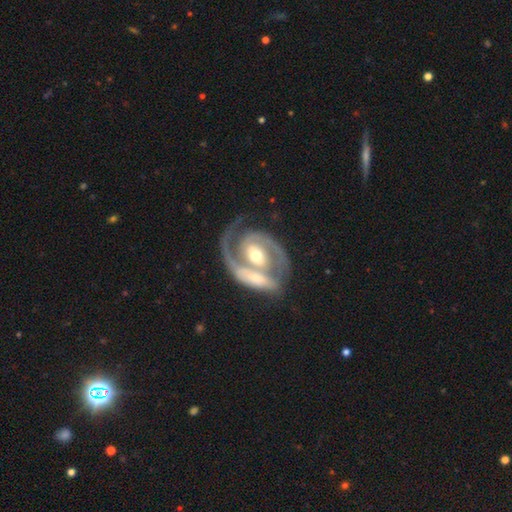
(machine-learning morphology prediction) Q: Smooth or featured?
A: featured or disk (87%); runner-up: smooth (9%)
Q: Edge-on disk?
A: no (96%); runner-up: yes (4%)
Q: Bar?
A: no (39%); runner-up: weak (35%)
Q: Spiral arms?
A: yes (94%); runner-up: no (6%)
Q: Spiral winding?
A: tight (54%); runner-up: medium (36%)
Q: Spiral arm count?
A: 2 (58%); runner-up: 1 (31%)
Q: Bulge size?
A: moderate (67%); runner-up: small (23%)
Q: Merging?
A: merger (51%); runner-up: none (28%)